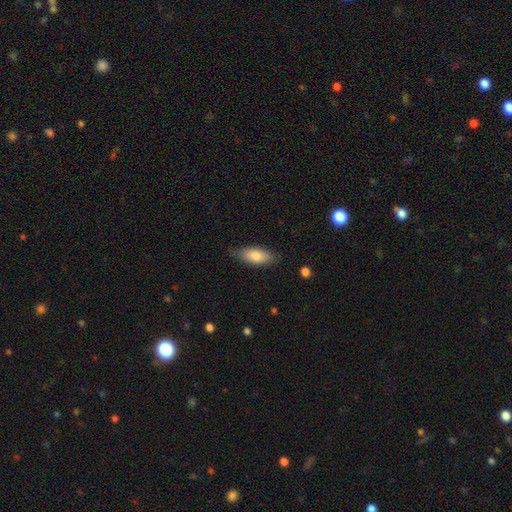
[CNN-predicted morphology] smooth-or-featured: smooth: 79% | featured or disk: 15% | star or artifact: 6%
  how-rounded: in between: 80% | cigar-shaped: 17% | round: 2%
  merging: none: 75% | minor disturbance: 20% | major disturbance: 3% | merger: 1%